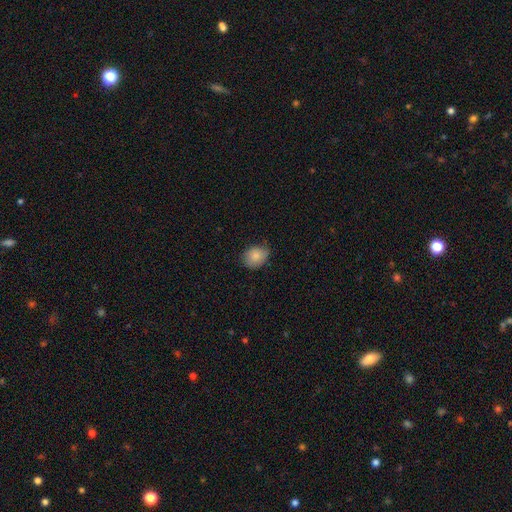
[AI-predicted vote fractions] Smooth or featured? smooth (84%)
How rounded? in between (54%)
Merging? none (67%)